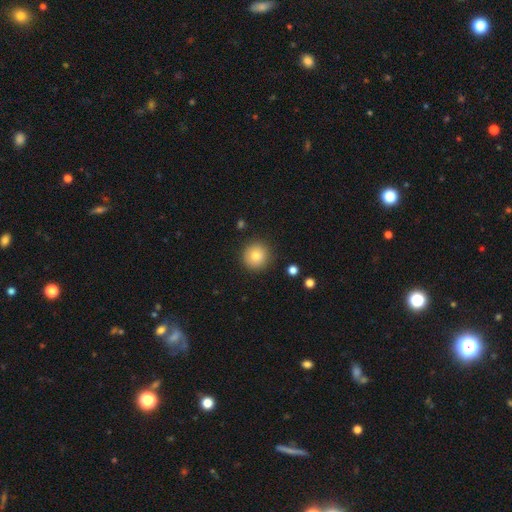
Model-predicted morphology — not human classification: Q: Smooth or featured?
A: smooth (82%); runner-up: star or artifact (10%)
Q: How rounded?
A: round (95%); runner-up: in between (5%)
Q: Merging?
A: none (90%); runner-up: minor disturbance (6%)